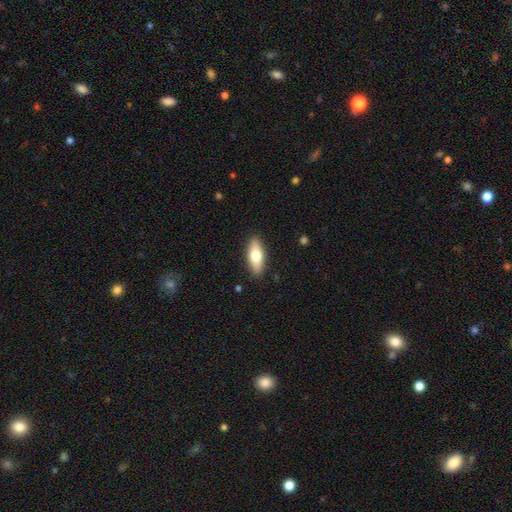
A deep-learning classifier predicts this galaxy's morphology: Q: Smooth or featured?
A: smooth (69%); runner-up: featured or disk (25%)
Q: How rounded?
A: in between (73%); runner-up: cigar-shaped (24%)
Q: Merging?
A: none (89%); runner-up: minor disturbance (9%)